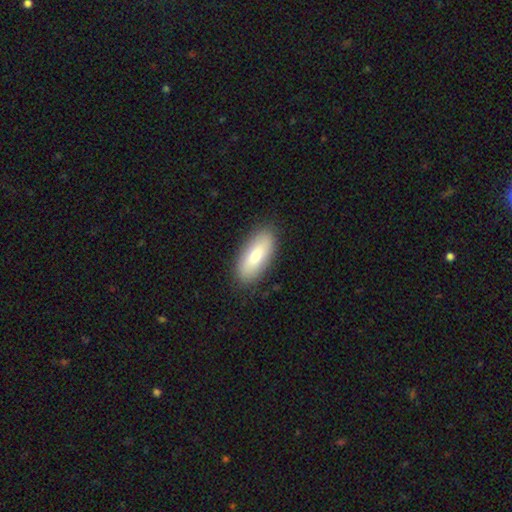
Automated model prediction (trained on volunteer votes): Morphology: type=smooth (76%); roundness=in between (84%); merging=none (87%).